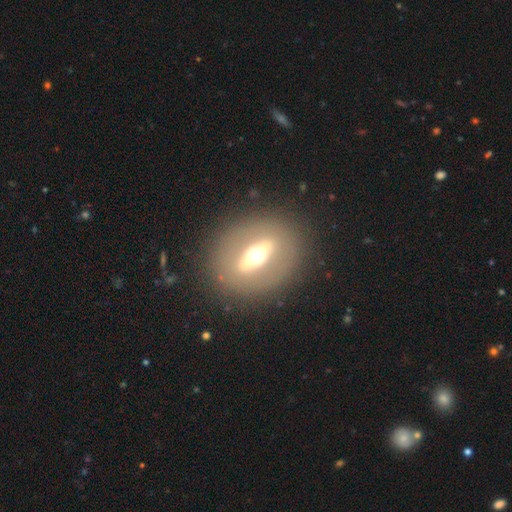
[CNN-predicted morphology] The model was most divided on "edge-on disk": no: 61%, yes: 39%. More confident: merging — none (85%); smooth or featured — featured or disk (61%).